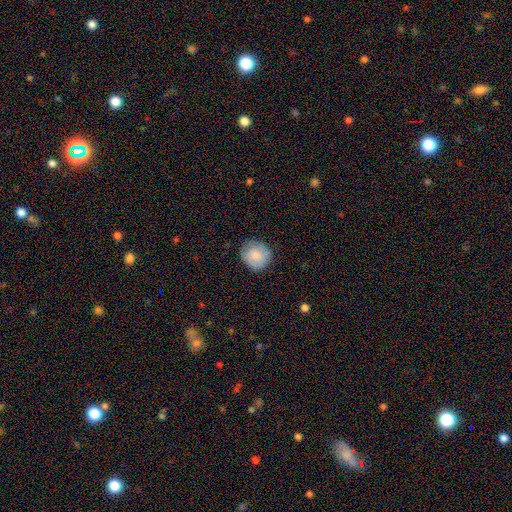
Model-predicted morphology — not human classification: Smooth or featured? Predicted: smooth (p=0.81). How rounded? Predicted: round (p=0.85). Merging? Predicted: none (p=0.82).